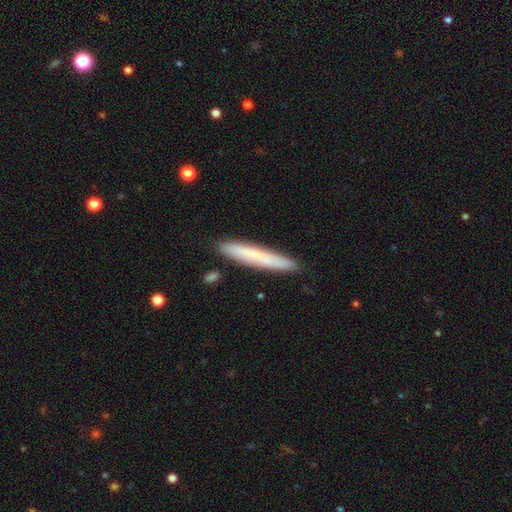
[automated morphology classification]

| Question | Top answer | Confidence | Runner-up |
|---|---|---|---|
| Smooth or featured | smooth | 64% | featured or disk (29%) |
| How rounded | cigar-shaped | 95% | in between (4%) |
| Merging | none | 87% | minor disturbance (9%) |